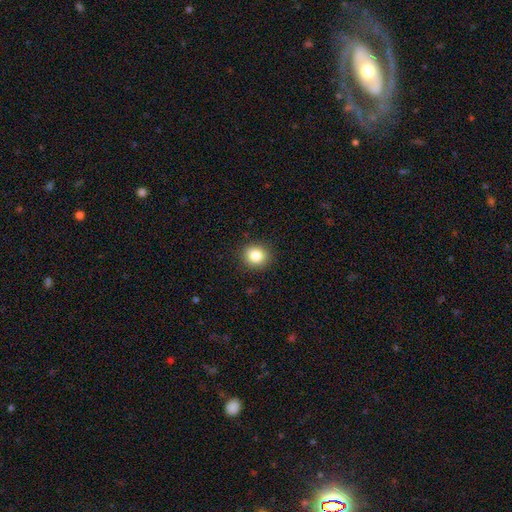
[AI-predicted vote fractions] Morphology: type=smooth (84%); roundness=round (81%); merging=none (90%).